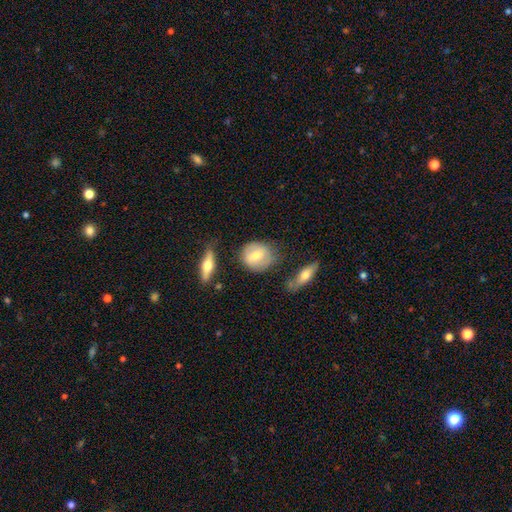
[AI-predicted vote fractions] Q: Smooth or featured?
A: smooth (62%); runner-up: featured or disk (31%)
Q: How rounded?
A: round (68%); runner-up: in between (29%)
Q: Merging?
A: none (70%); runner-up: minor disturbance (19%)